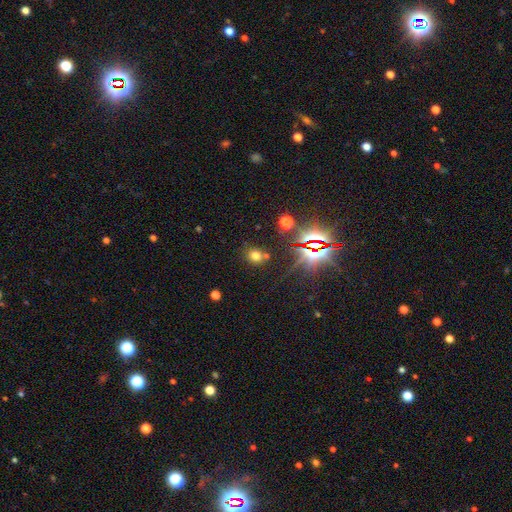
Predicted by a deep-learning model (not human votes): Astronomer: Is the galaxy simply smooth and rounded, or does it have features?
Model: smooth — 64%.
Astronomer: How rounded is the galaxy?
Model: round — 71%.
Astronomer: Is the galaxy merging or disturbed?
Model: none — 73%.